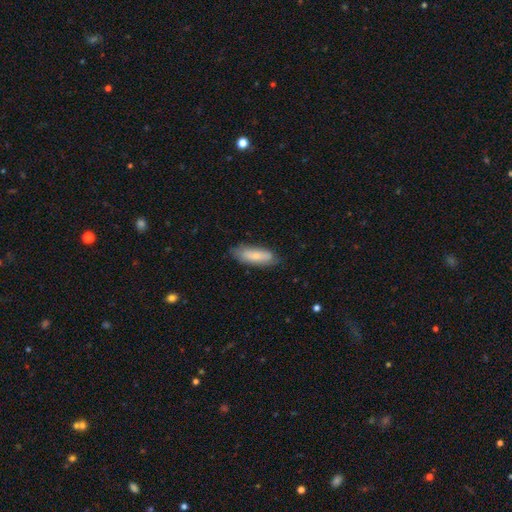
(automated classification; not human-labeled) Q: Smooth or featured?
A: smooth (72%); runner-up: featured or disk (22%)
Q: How rounded?
A: in between (59%); runner-up: cigar-shaped (40%)
Q: Merging?
A: none (76%); runner-up: minor disturbance (19%)